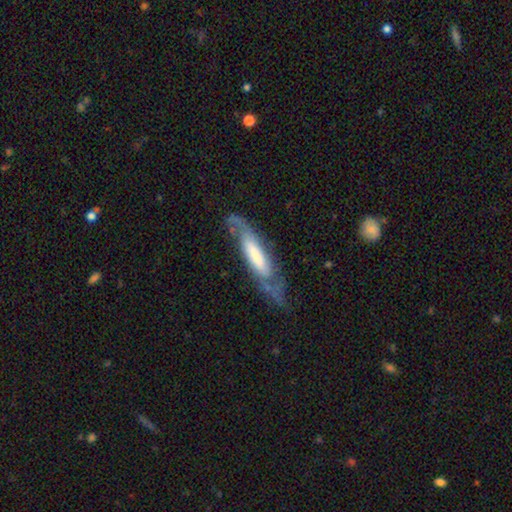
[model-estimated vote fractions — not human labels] Smooth or featured?
  - featured or disk: 62% *
  - smooth: 33%
  - star or artifact: 6%
Edge-on disk?
  - no: 67% *
  - yes: 33%
Merging?
  - none: 55% *
  - minor disturbance: 24%
  - major disturbance: 19%
  - merger: 3%